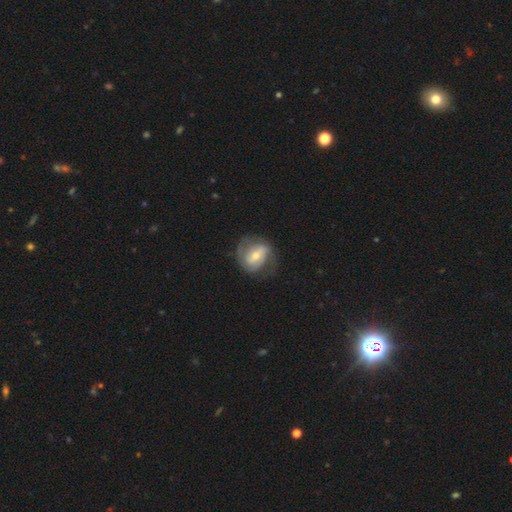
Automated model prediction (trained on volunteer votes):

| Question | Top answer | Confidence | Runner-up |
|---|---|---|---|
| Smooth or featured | featured or disk | 67% | smooth (27%) |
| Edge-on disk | no | 96% | yes (4%) |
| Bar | weak | 41% | strong (35%) |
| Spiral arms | yes | 78% | no (22%) |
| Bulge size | moderate | 55% | small (38%) |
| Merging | none | 60% | minor disturbance (23%) |